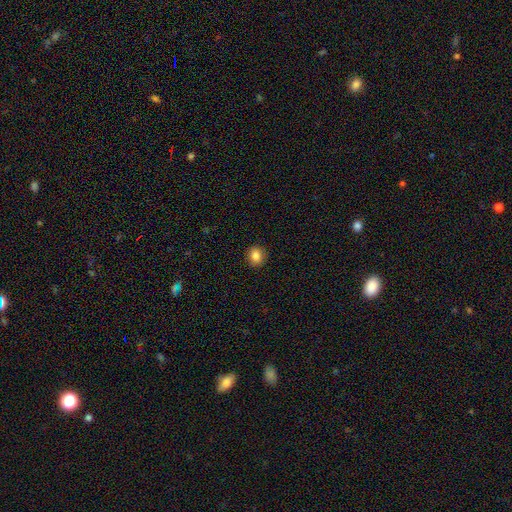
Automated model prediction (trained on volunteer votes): Q: Smooth or featured?
A: smooth (85%); runner-up: star or artifact (10%)
Q: How rounded?
A: round (74%); runner-up: in between (25%)
Q: Merging?
A: none (90%); runner-up: minor disturbance (7%)